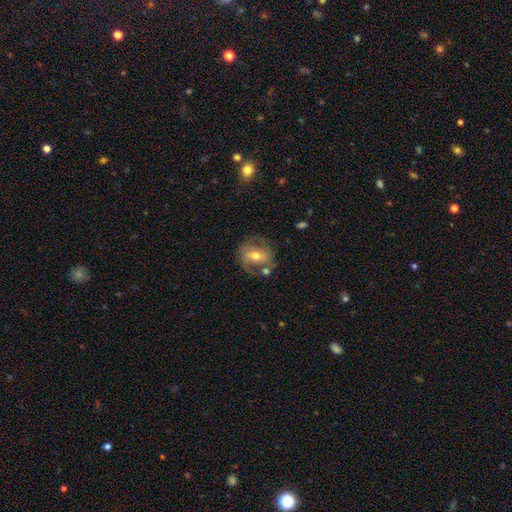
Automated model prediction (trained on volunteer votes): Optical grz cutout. It shows a featured or disk galaxy (59%) with a weak bar (42%), spiral arms (72%) and a moderate central bulge (71%). Merging: none (62%).